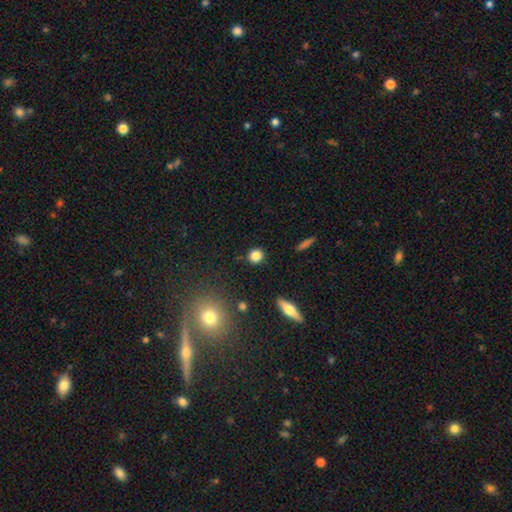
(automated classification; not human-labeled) Smooth or featured: smooth — 83% (star or artifact — 11%)
How rounded: round — 87% (in between — 12%)
Merging: none — 88% (minor disturbance — 8%)